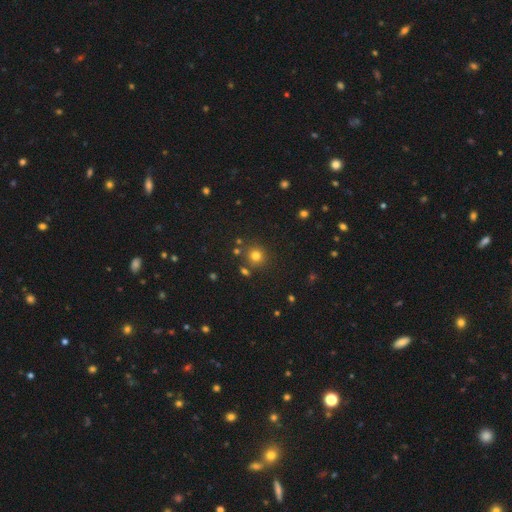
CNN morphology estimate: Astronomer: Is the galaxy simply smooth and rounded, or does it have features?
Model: smooth — 76%.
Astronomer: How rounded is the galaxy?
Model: round — 92%.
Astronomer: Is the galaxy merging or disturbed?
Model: none — 81%.